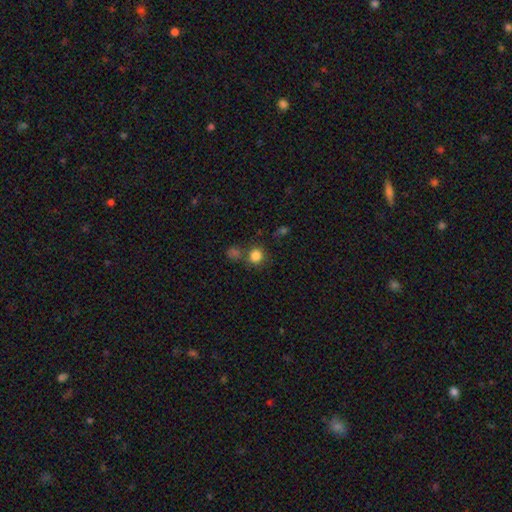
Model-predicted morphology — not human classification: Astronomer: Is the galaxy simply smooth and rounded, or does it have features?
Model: smooth — 82%.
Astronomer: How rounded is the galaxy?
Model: round — 87%.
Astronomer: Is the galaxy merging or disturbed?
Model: none — 70%.